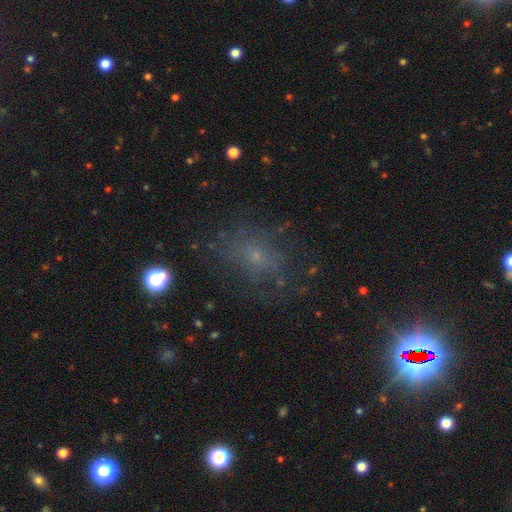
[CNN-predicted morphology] smooth-or-featured: smooth: 44% | featured or disk: 29% | star or artifact: 27%
  merging: none: 66% | minor disturbance: 18% | major disturbance: 14% | merger: 2%